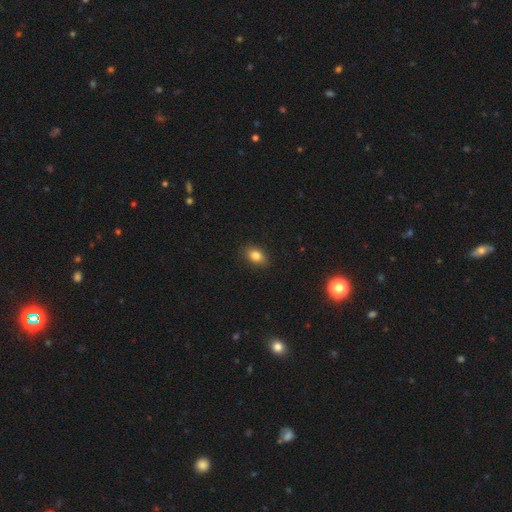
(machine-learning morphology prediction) This is clearly a smooth galaxy (83%). How rounded: clearly in between (82%). Merging: clearly none (88%).